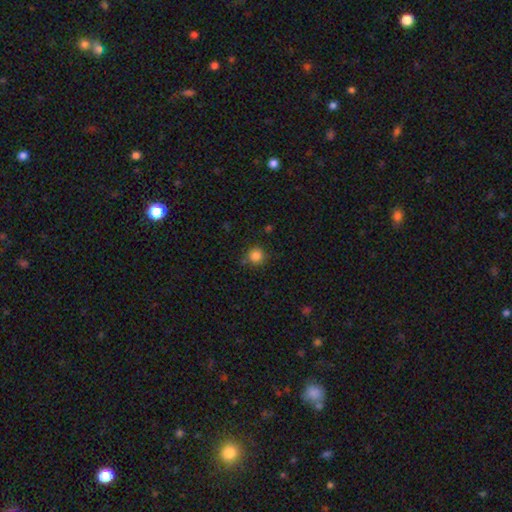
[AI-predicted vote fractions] smooth_or_featured: smooth (p=0.85) [alt: star or artifact p=0.11]
how_rounded: round (p=0.92) [alt: in between p=0.07]
merging: none (p=0.81) [alt: minor disturbance p=0.12]